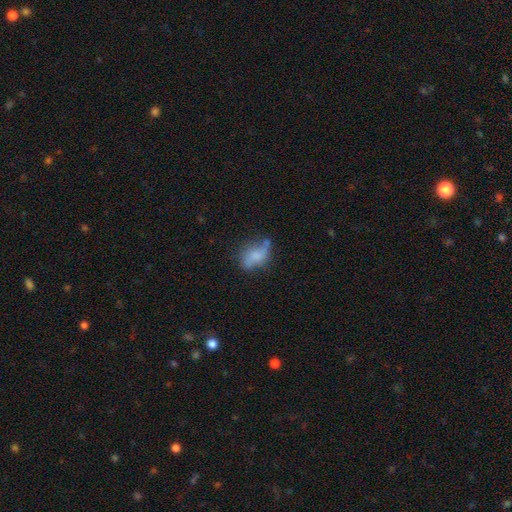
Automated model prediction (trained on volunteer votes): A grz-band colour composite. It shows a smooth galaxy with no disk features (50%) that is in between round and cigar-shaped (83%). Merging: none (46%).